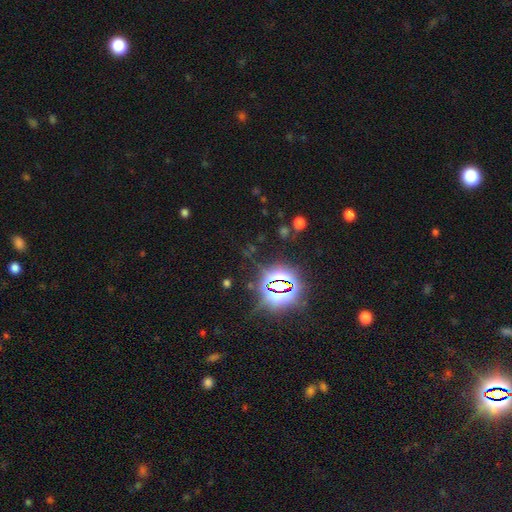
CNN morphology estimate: smooth_or_featured: star or artifact (p=0.83) [alt: smooth p=0.10]